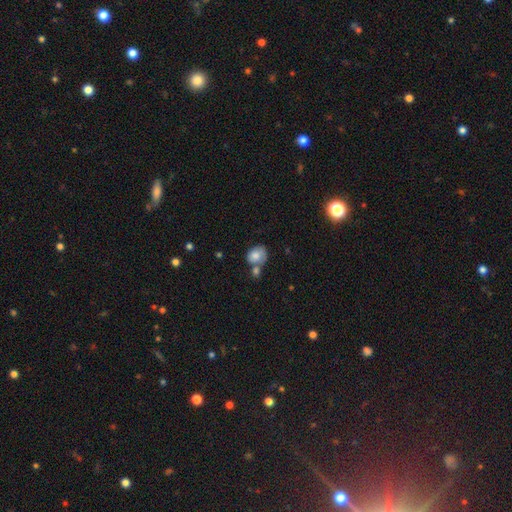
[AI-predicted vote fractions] A smooth galaxy with no disk features (76%) that is round (53%). Merging: none (40%).